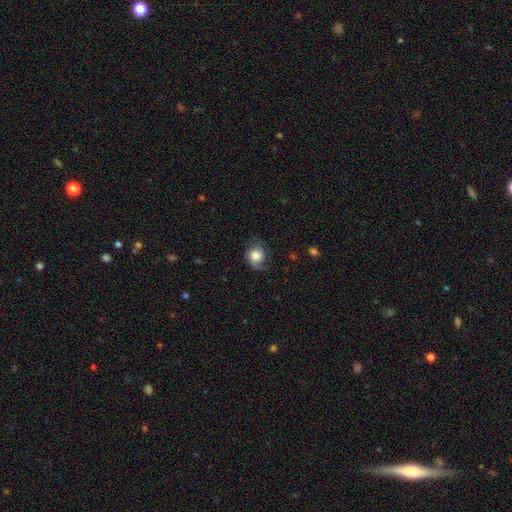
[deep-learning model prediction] A smooth galaxy with no disk features (59%) that is round (62%). Merging: none (58%).